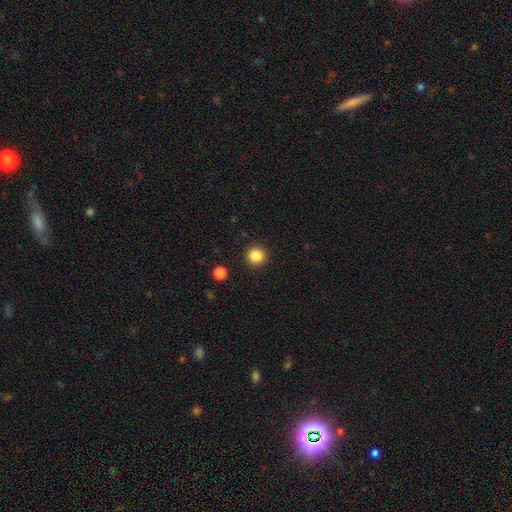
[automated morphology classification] Smooth or featured?
  - smooth: 87% *
  - star or artifact: 10%
  - featured or disk: 3%
How rounded?
  - round: 93% *
  - in between: 6%
  - cigar-shaped: 1%
Merging?
  - none: 91% *
  - minor disturbance: 6%
  - major disturbance: 2%
  - merger: 1%